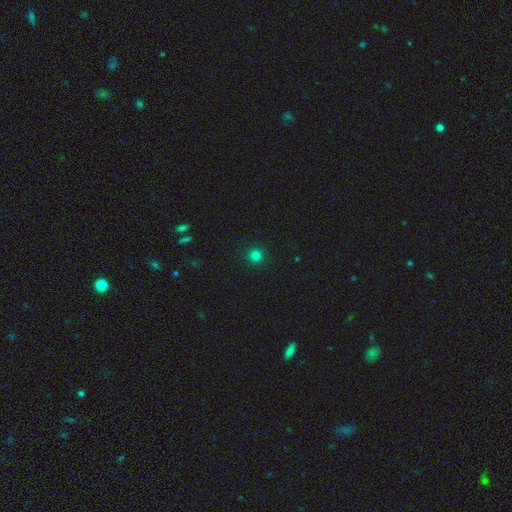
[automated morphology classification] smooth 80%, star or artifact 16%, featured or disk 4%. Down the decision tree: how rounded — round (96%); merging — none (93%).